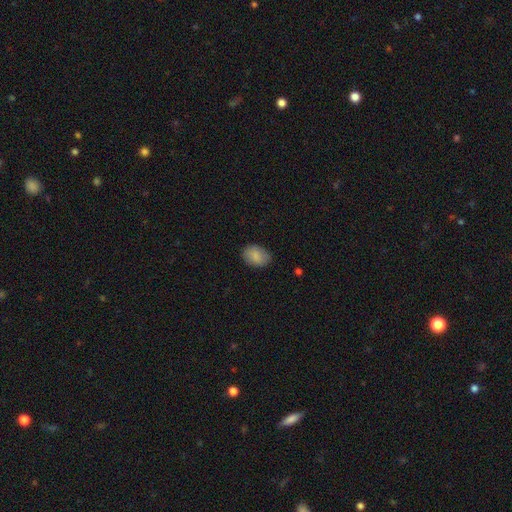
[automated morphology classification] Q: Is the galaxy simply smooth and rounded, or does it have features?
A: smooth — 85%.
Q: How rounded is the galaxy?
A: in between — 83%.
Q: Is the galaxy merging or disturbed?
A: none — 82%.